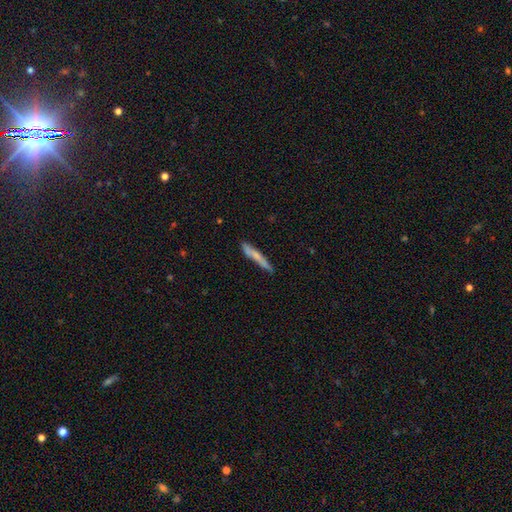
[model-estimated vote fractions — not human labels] Smooth or featured: smooth — 60% (featured or disk — 34%)
How rounded: cigar-shaped — 95% (in between — 4%)
Merging: none — 80% (minor disturbance — 15%)